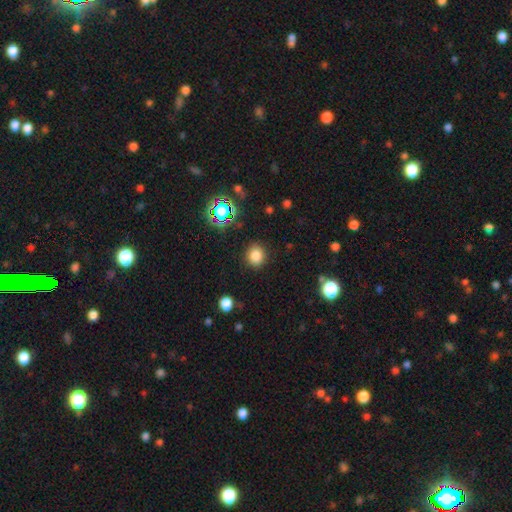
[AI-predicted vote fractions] Morphology: type=smooth (80%); roundness=round (79%); merging=none (88%).